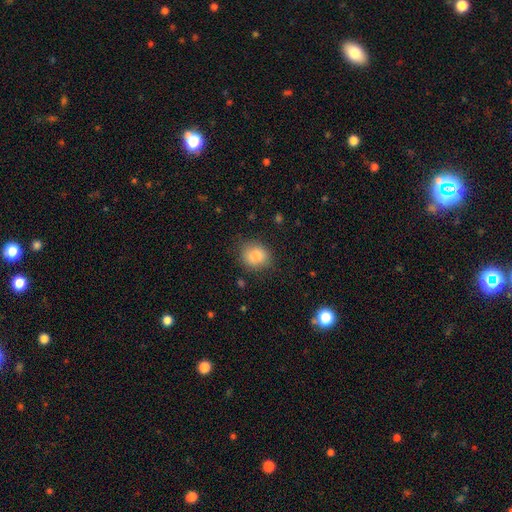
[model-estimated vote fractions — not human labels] A smooth galaxy with no disk features (85%) that is round (61%). Merging: none (75%).